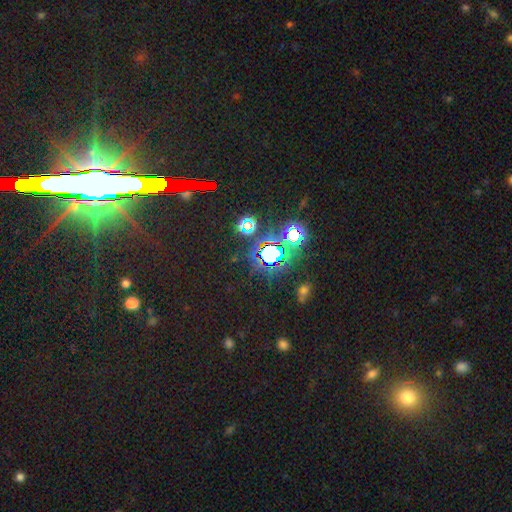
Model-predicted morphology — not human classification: Smooth or featured? star or artifact (82%)